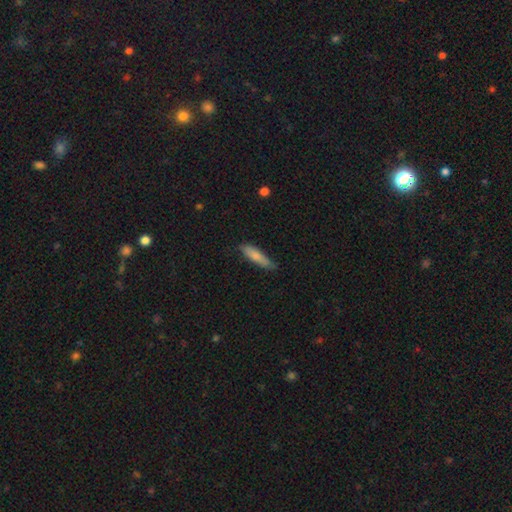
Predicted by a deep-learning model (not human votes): smooth-or-featured: smooth: 78% | featured or disk: 17% | star or artifact: 6%
  how-rounded: cigar-shaped: 72% | in between: 26% | round: 2%
  merging: none: 71% | minor disturbance: 24% | major disturbance: 4% | merger: 2%